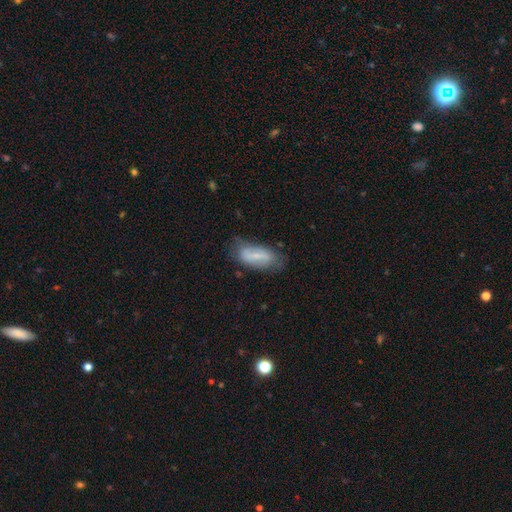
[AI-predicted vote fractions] smooth_or_featured: featured or disk (p=0.48) [alt: smooth p=0.45]
merging: none (p=0.64) [alt: minor disturbance p=0.26]